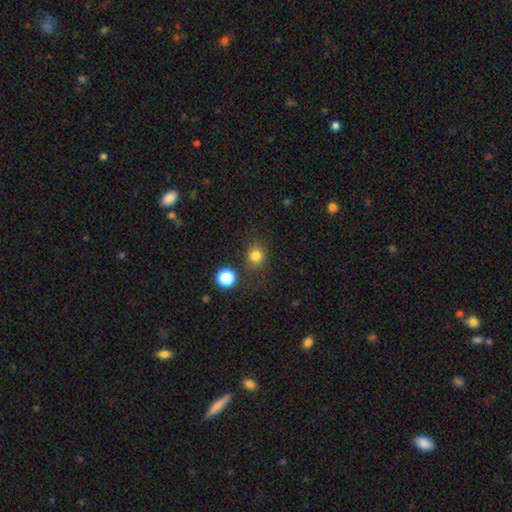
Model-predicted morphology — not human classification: This is clearly a smooth galaxy (80%). How rounded: clearly round (86%). Merging: clearly none (82%).